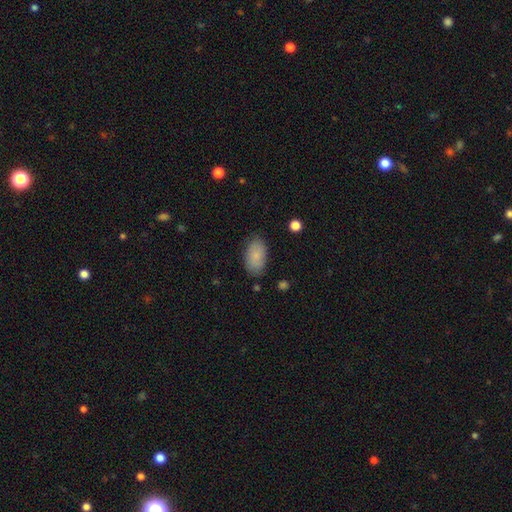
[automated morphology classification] smooth 86%, featured or disk 8%, star or artifact 7%. Down the decision tree: how rounded — in between (94%); merging — none (83%).